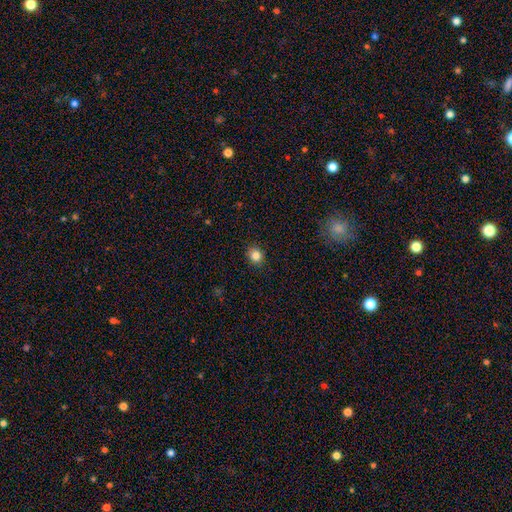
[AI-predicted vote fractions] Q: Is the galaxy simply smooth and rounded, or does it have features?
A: smooth — 84%.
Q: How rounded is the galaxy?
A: round — 72%.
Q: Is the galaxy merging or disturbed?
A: none — 90%.